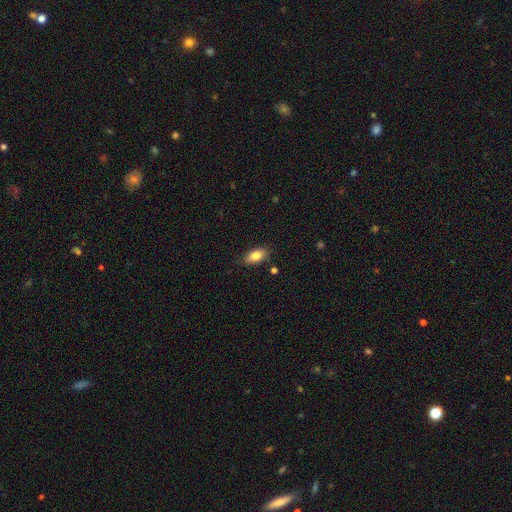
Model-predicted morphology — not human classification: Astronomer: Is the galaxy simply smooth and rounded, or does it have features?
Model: smooth — 81%.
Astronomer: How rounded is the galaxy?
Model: in between — 88%.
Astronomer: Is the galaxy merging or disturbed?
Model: none — 82%.